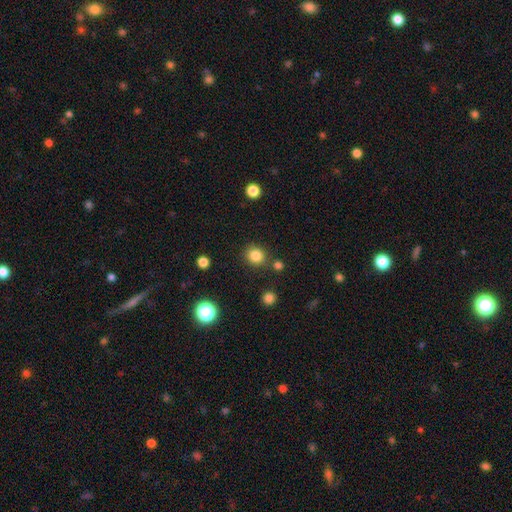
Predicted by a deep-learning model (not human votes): A smooth galaxy with no disk features (83%) that is round (83%).

Vote fractions:
- Smooth or featured? smooth: 83% / star or artifact: 12% / featured or disk: 5%
- How rounded? round: 83% / in between: 16% / cigar-shaped: 1%
- Merging? none: 82% / minor disturbance: 9% / merger: 6% / major disturbance: 3%